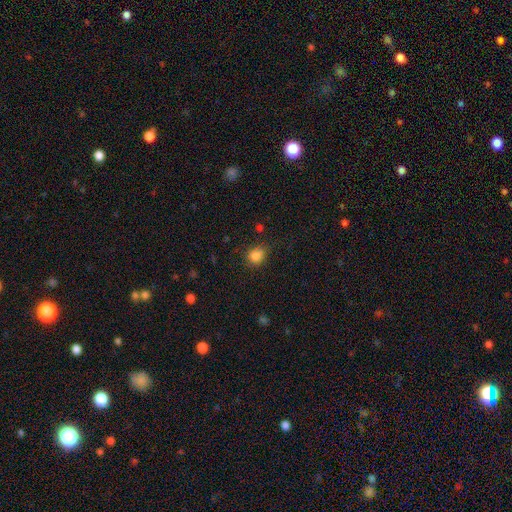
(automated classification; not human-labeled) smooth 83%, star or artifact 12%, featured or disk 5%. Down the decision tree: how rounded — round (69%); merging — none (73%).